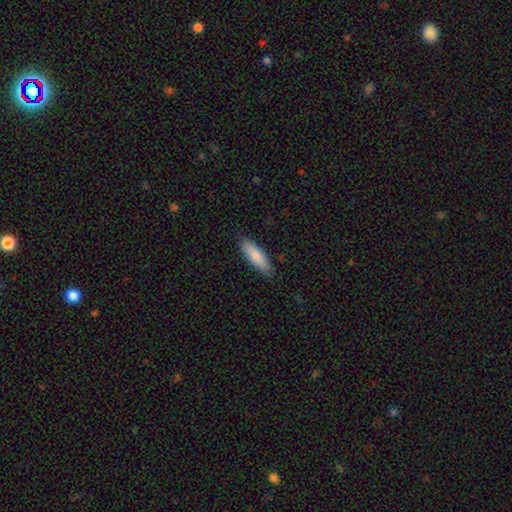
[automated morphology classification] This is clearly a smooth galaxy (84%). How rounded: possibly cigar-shaped (49%, tied with in between). Merging: clearly none (87%).